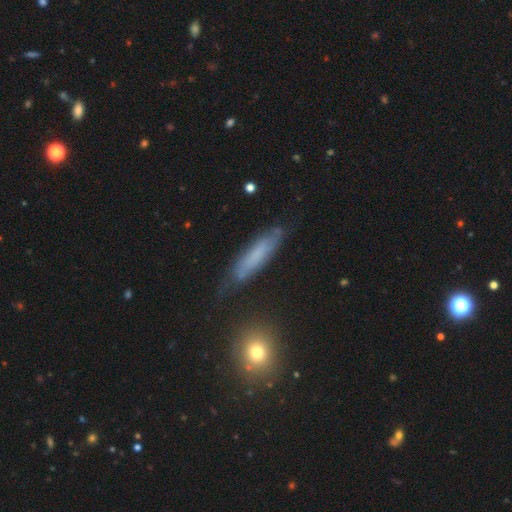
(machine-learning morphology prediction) smooth_or_featured: smooth (p=0.56) [alt: featured or disk p=0.35]
how_rounded: cigar-shaped (p=0.81) [alt: in between p=0.16]
merging: none (p=0.70) [alt: minor disturbance p=0.22]